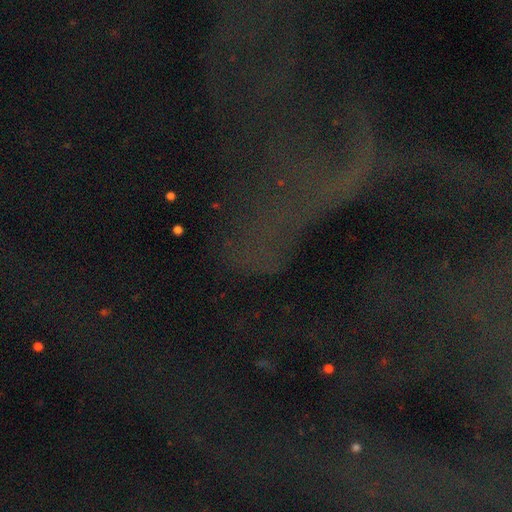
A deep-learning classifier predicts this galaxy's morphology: Overall: star or artifact (75%).